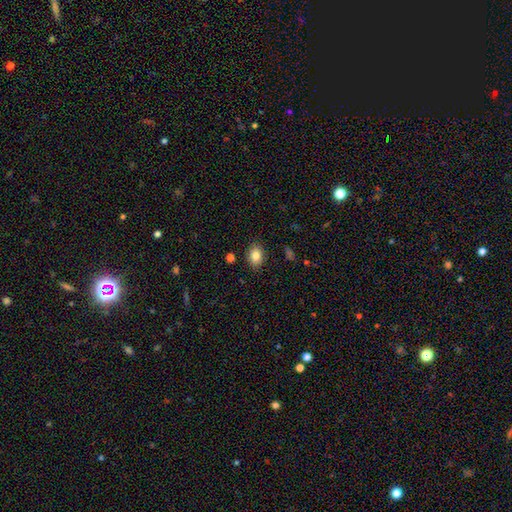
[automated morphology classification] Overall: smooth (83%). How rounded: in between (73%). Merging: none (86%).